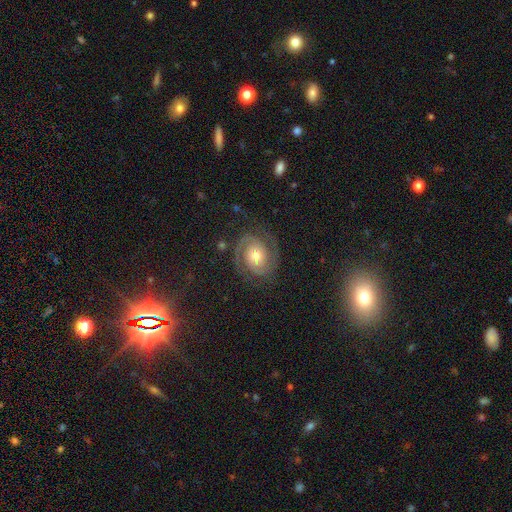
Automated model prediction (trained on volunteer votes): smooth-or-featured: featured or disk: 86% | star or artifact: 7% | smooth: 7%
  disk-edge-on: no: 98% | yes: 2%
    bar: no: 62% | weak: 29% | strong: 10%
    has-spiral-arms: yes: 97% | no: 3%
      spiral-winding: tight: 55% | medium: 37% | loose: 8%
      spiral-arm-count: 2: 90% | can't tell: 3% | 3: 2% | 1: 2% | 4: 1% | more than 4: 1%
    bulge-size: moderate: 61% | small: 29% | large: 6% | none: 1% | dominant: 1%
  merging: none: 79% | minor disturbance: 12% | major disturbance: 7% | merger: 1%